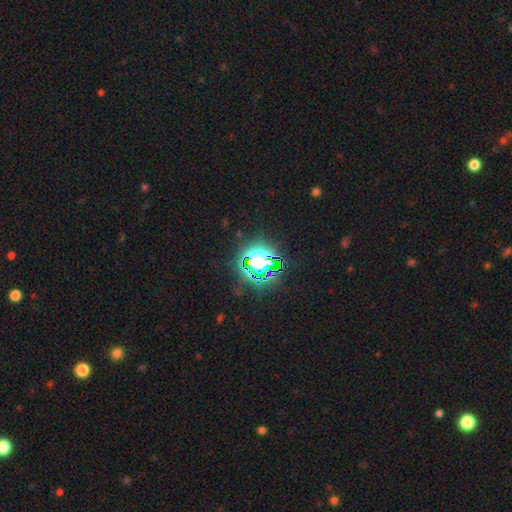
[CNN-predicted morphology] A star or artifact, not a galaxy (75%).